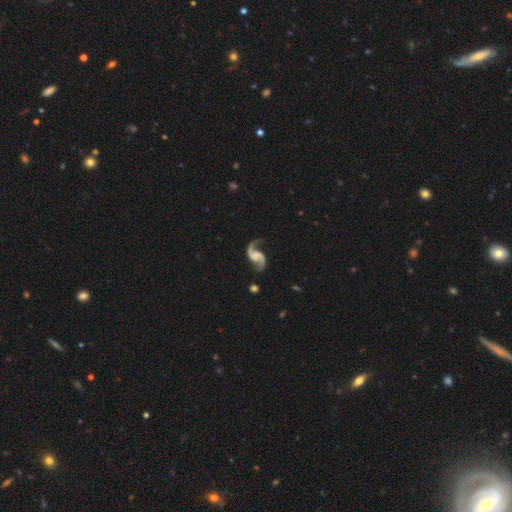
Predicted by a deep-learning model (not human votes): A featured or disk galaxy (92%) with no bar (48%), 2 (94%) loose (68%) spiral arms (98%) and no central bulge (52%). Merging: none (77%).